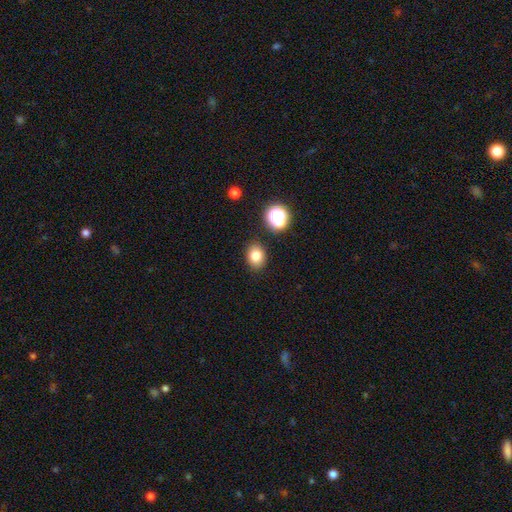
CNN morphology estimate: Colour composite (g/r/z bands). It shows a smooth galaxy with no disk features (80%) that is in between round and cigar-shaped (55%). Merging: none (85%).